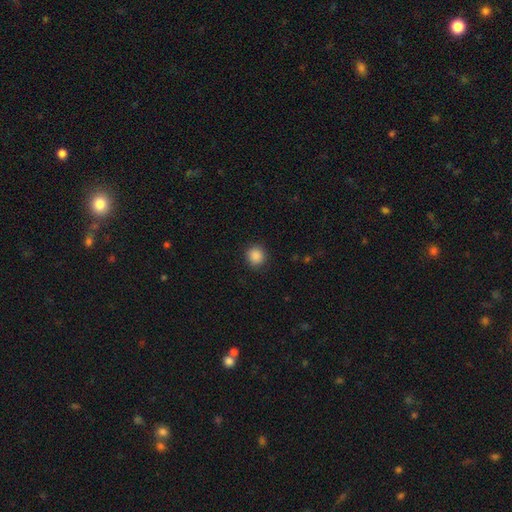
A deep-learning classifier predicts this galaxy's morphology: smooth_or_featured: smooth (p=0.88) [alt: star or artifact p=0.09]
how_rounded: round (p=0.90) [alt: in between p=0.09]
merging: none (p=0.89) [alt: minor disturbance p=0.07]